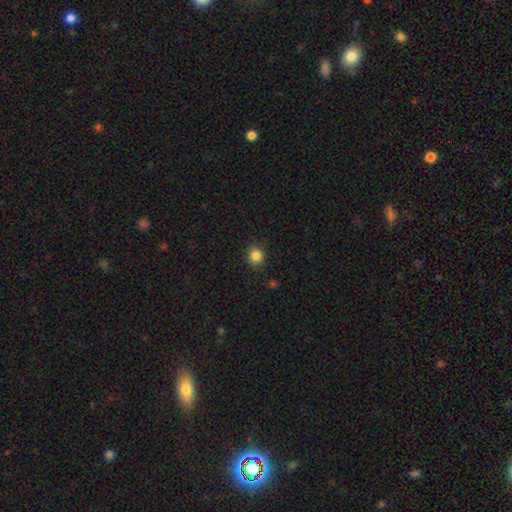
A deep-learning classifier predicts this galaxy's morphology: type=smooth (85%); roundness=round (90%); merging=none (89%).